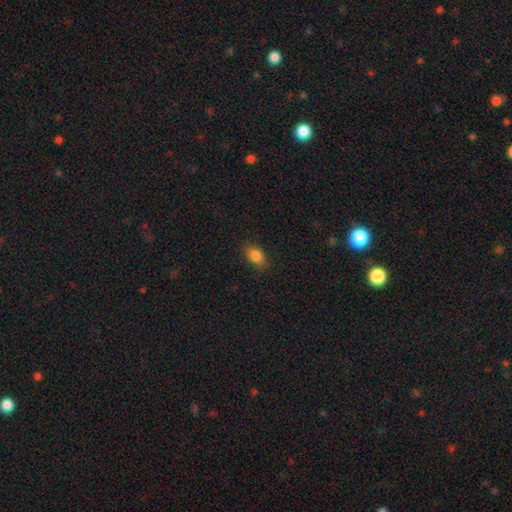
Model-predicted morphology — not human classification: The model was most divided on "how rounded": in between: 79%, round: 19%, cigar-shaped: 2%. More confident: merging — none (86%); smooth or featured — smooth (85%).